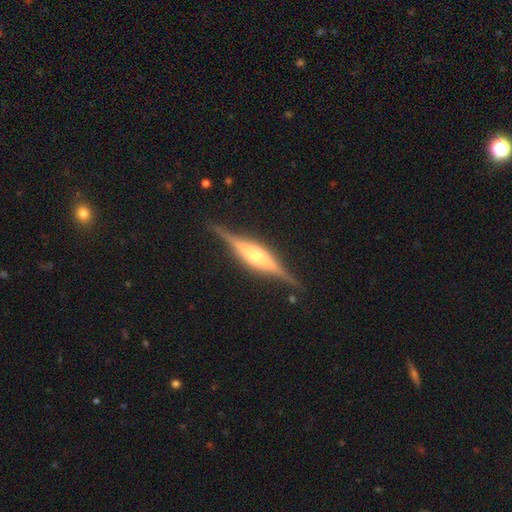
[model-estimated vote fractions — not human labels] The model was most divided on "edge-on bulge": rounded: 78%, boxy: 17%, none: 5%. More confident: edge-on disk — yes (98%); merging — none (87%); smooth or featured — featured or disk (81%).